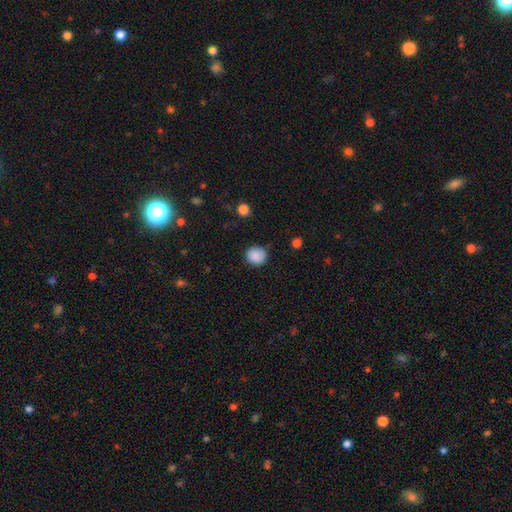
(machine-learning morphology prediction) Q: Smooth or featured?
A: smooth (87%); runner-up: star or artifact (9%)
Q: How rounded?
A: round (84%); runner-up: in between (16%)
Q: Merging?
A: none (81%); runner-up: minor disturbance (14%)